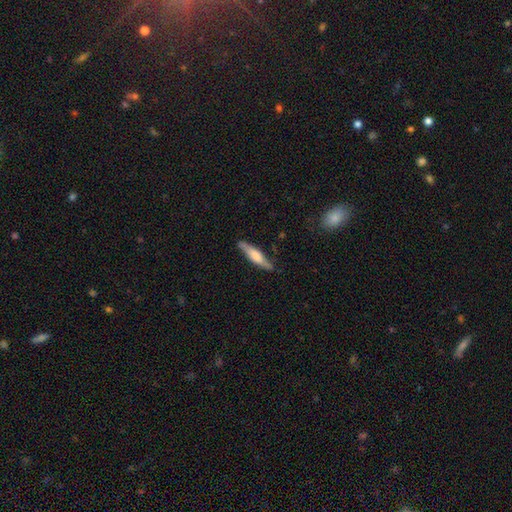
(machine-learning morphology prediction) Overall: smooth (51%; featured or disk 44%). How rounded: cigar-shaped (81%). Merging: none (82%).